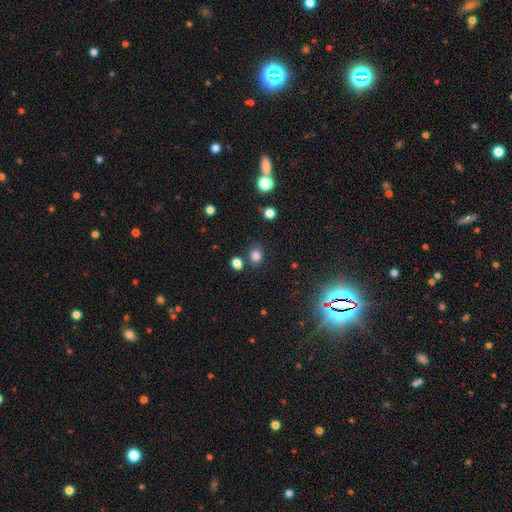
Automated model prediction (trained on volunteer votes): The model was most divided on "how rounded": round: 60%, in between: 39%, cigar-shaped: 1%. More confident: smooth or featured — smooth (81%); merging — none (75%).